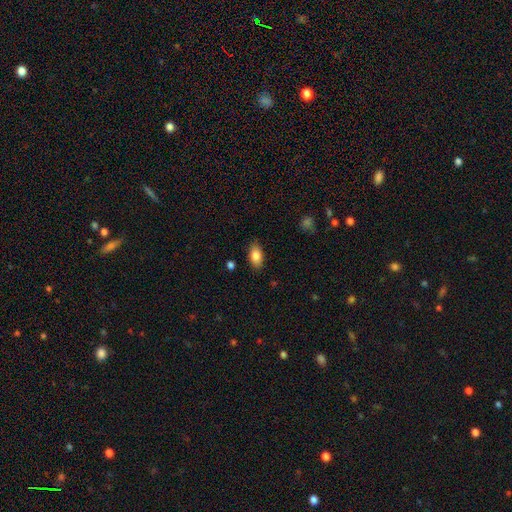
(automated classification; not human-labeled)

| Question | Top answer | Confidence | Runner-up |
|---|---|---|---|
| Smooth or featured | smooth | 85% | featured or disk (7%) |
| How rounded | in between | 91% | round (5%) |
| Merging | none | 85% | minor disturbance (11%) |